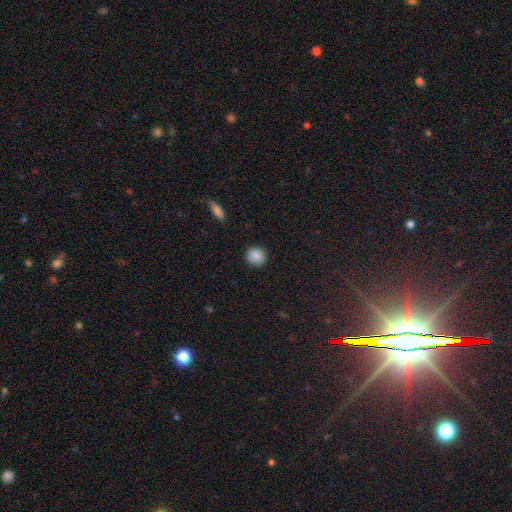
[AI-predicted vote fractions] Smooth or featured? Predicted: smooth (p=0.88). How rounded? Predicted: round (p=0.88). Merging? Predicted: none (p=0.90).